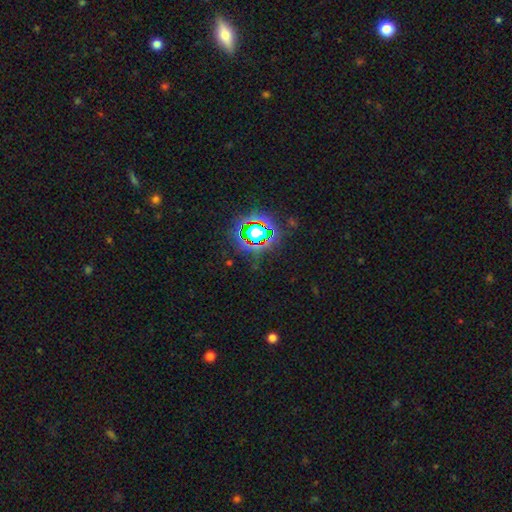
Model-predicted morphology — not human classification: smooth-or-featured: star or artifact: 78% | smooth: 14% | featured or disk: 8%